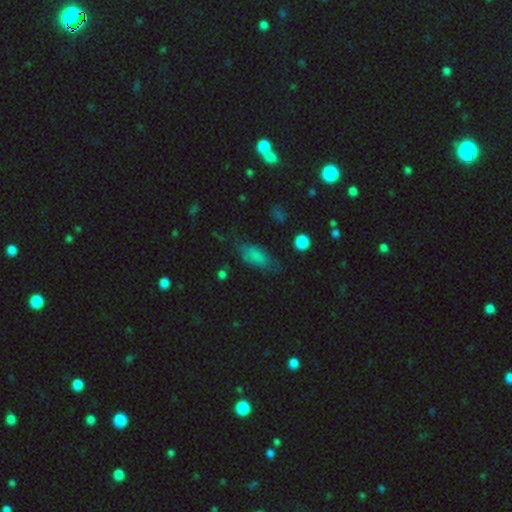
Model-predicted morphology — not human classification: Overall: smooth (77%). How rounded: in between (81%). Merging: none (63%; minor disturbance 26%).